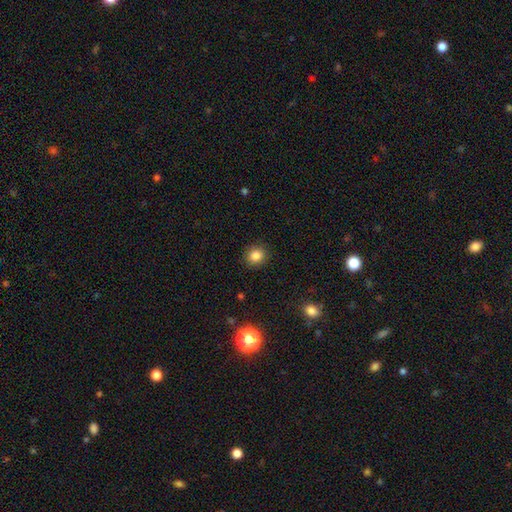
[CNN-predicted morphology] A smooth galaxy with no disk features (85%) that is round (79%).

Vote fractions:
- Smooth or featured? smooth: 85% / star or artifact: 11% / featured or disk: 4%
- How rounded? round: 79% / in between: 20% / cigar-shaped: 1%
- Merging? none: 89% / minor disturbance: 7% / major disturbance: 2% / merger: 1%